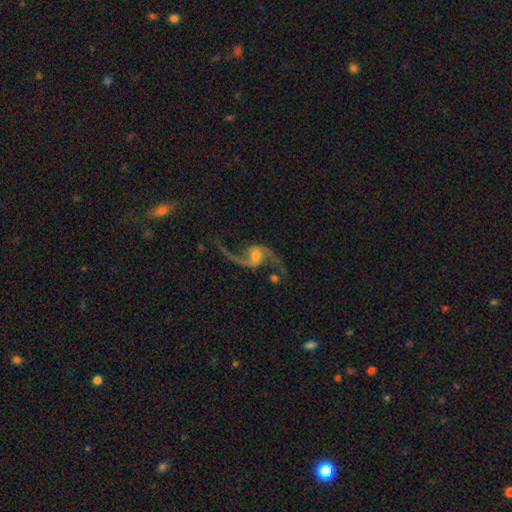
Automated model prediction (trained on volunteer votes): Smooth or featured: featured or disk — 91% (star or artifact — 5%)
Edge-on disk: no — 97% (yes — 3%)
Bar: no — 47% (weak — 40%)
Spiral arms: yes — 98% (no — 2%)
Spiral winding: loose — 87% (medium — 11%)
Spiral arm count: 2 — 94% (1 — 2%)
Bulge size: moderate — 47% (small — 39%)
Merging: none — 73% (minor disturbance — 13%)